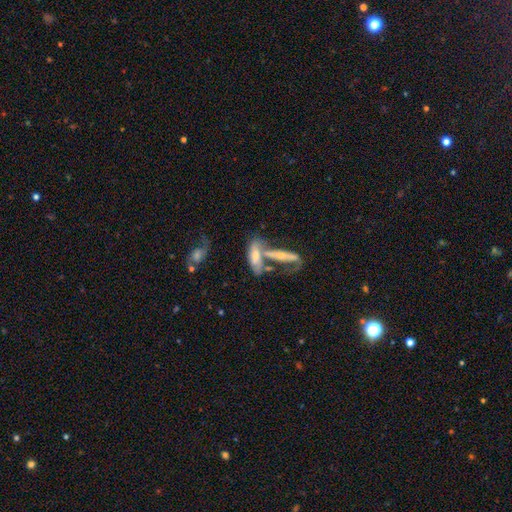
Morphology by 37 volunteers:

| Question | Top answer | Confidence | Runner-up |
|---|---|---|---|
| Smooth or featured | featured or disk | 62% | smooth (32%) |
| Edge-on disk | no | 52% | yes (48%) |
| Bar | no | 75% | weak (25%) |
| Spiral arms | yes | 58% | no (42%) |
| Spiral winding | medium | 57% | tight (29%) |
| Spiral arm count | can't tell | 57% | 1 (29%) |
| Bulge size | moderate | 58% | small (42%) |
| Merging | merger | 54% | none (26%) |